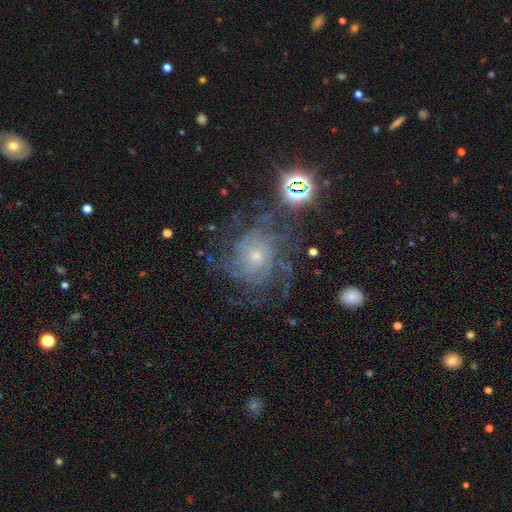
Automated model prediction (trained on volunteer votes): Smooth or featured?
  - featured or disk: 74% *
  - star or artifact: 16%
  - smooth: 10%
Edge-on disk?
  - no: 97% *
  - yes: 3%
Bar?
  - no: 81% *
  - weak: 16%
  - strong: 3%
Spiral arms?
  - yes: 92% *
  - no: 8%
Spiral winding?
  - tight: 62% *
  - medium: 29%
  - loose: 9%
Spiral arm count?
  - can't tell: 41% *
  - 4: 16%
  - more than 4: 16%
  - 3: 12%
  - 2: 9%
  - 1: 7%
Bulge size?
  - small: 68% *
  - moderate: 27%
  - none: 2%
  - large: 2%
  - dominant: 1%
Merging?
  - none: 63% *
  - minor disturbance: 18%
  - major disturbance: 17%
  - merger: 3%